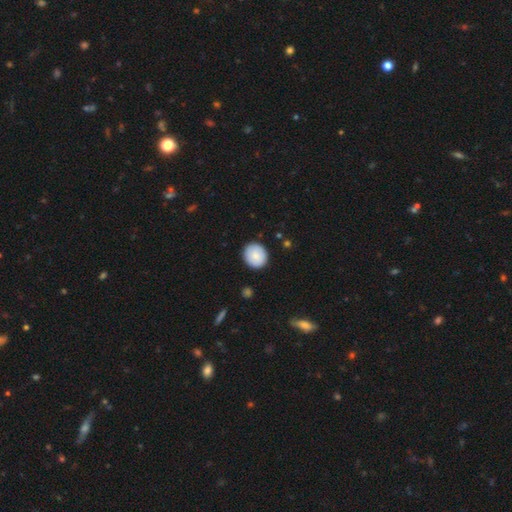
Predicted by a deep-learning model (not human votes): Smooth or featured: smooth — 82% (featured or disk — 11%)
How rounded: round — 82% (in between — 17%)
Merging: none — 88% (minor disturbance — 9%)